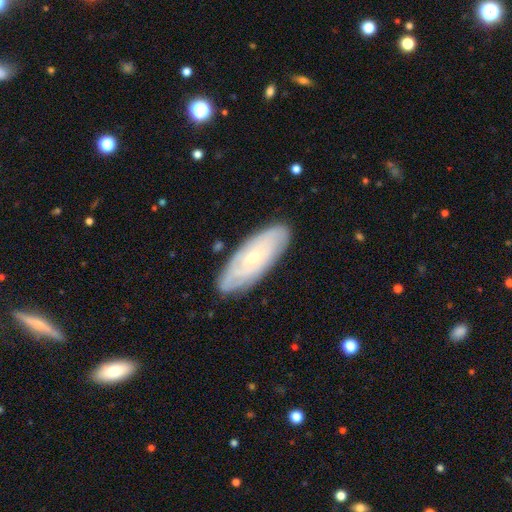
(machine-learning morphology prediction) featured or disk 64%, smooth 29%, star or artifact 7%. Down the decision tree: edge-on disk — no (83%); bar — no (79%); spiral arms — yes (74%); bulge size — small (74%); merging — none (86%).